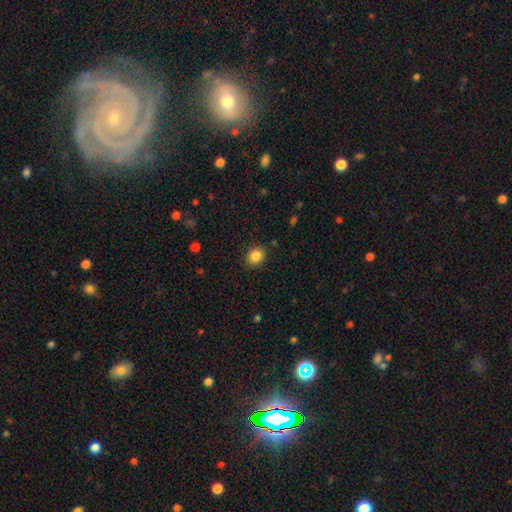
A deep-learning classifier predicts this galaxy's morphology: Smooth or featured? smooth (86%)
How rounded? round (70%)
Merging? none (87%)